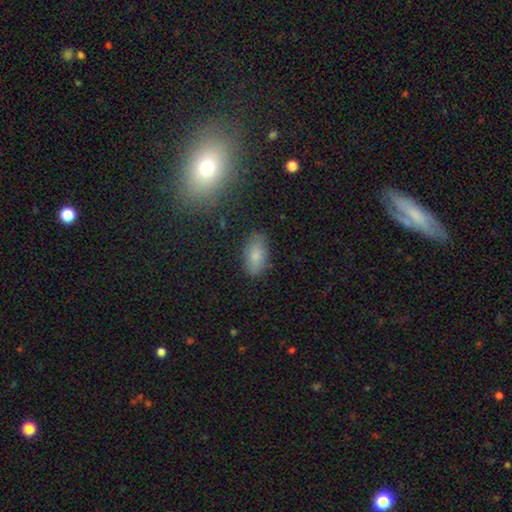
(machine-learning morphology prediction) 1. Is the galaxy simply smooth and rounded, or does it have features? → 81% smooth, 10% featured or disk, 9% star or artifact.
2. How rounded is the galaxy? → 92% in between, 4% round, 4% cigar-shaped.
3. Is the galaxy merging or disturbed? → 80% none, 14% minor disturbance, 4% major disturbance, 2% merger.